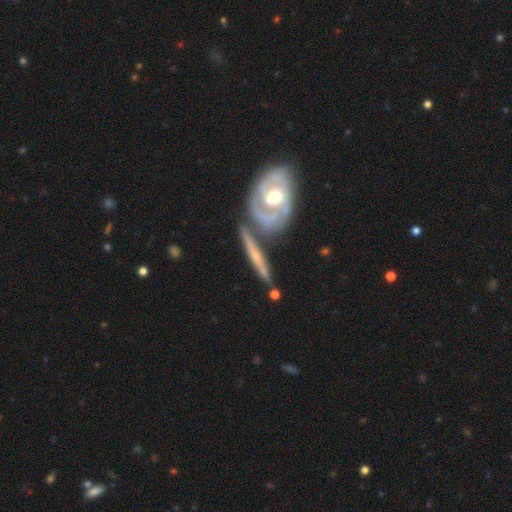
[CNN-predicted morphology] Smooth or featured: featured or disk — 74% (smooth — 21%)
Edge-on disk: yes — 64% (no — 36%)
Merging: none — 55% (merger — 26%)